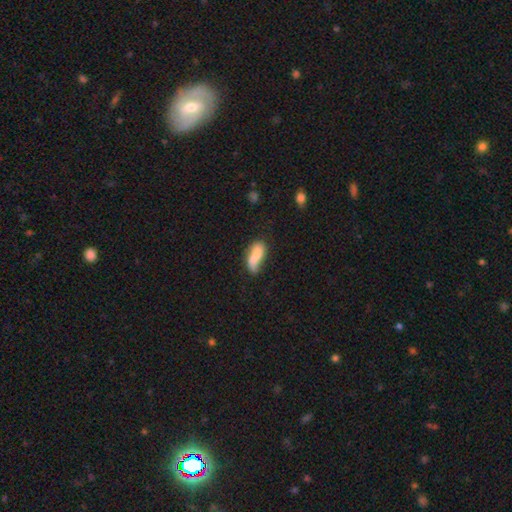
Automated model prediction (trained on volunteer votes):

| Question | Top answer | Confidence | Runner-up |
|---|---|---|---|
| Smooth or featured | smooth | 72% | featured or disk (21%) |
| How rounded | in between | 72% | cigar-shaped (25%) |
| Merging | none | 40% | minor disturbance (27%) |